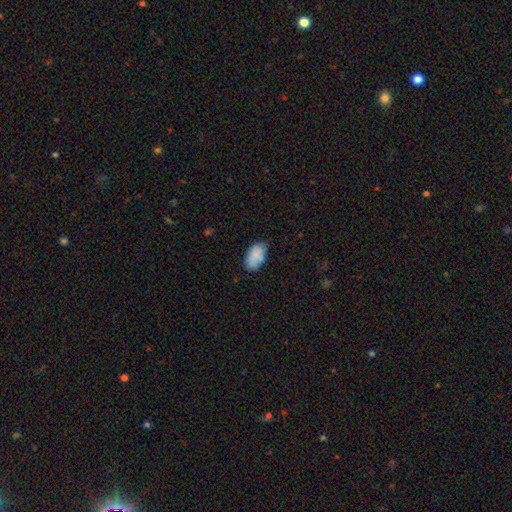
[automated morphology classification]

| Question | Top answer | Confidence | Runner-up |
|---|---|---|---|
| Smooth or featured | smooth | 83% | featured or disk (10%) |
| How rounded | in between | 94% | round (4%) |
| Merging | none | 72% | minor disturbance (21%) |